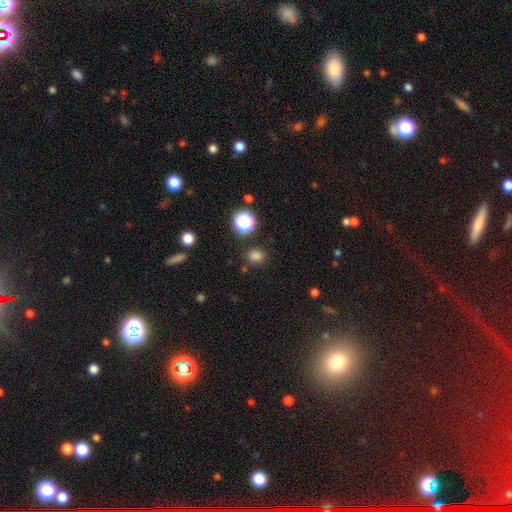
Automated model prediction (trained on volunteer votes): Smooth or featured? Predicted: smooth (p=0.78). How rounded? Predicted: round (p=0.63). Merging? Predicted: none (p=0.84).